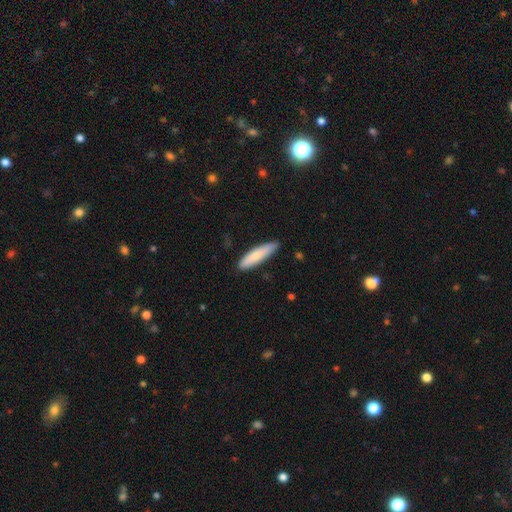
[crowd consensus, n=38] This appears to be a smooth galaxy with no disk features (76%) that is cigar-shaped (69%). Merging: none (83%).